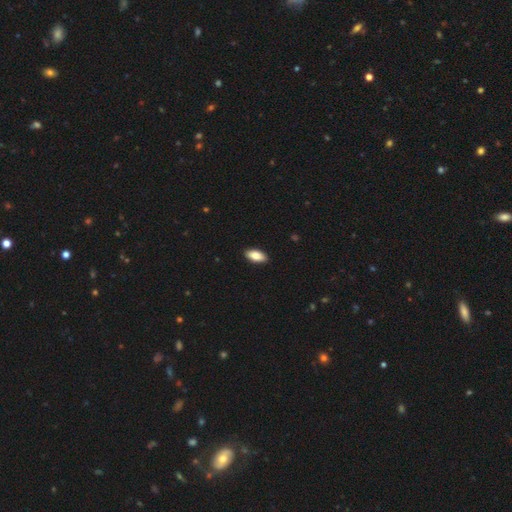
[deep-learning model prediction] smooth_or_featured: smooth (p=0.84) [alt: featured or disk p=0.10]
how_rounded: in between (p=0.90) [alt: cigar-shaped p=0.08]
merging: none (p=0.90) [alt: minor disturbance p=0.07]